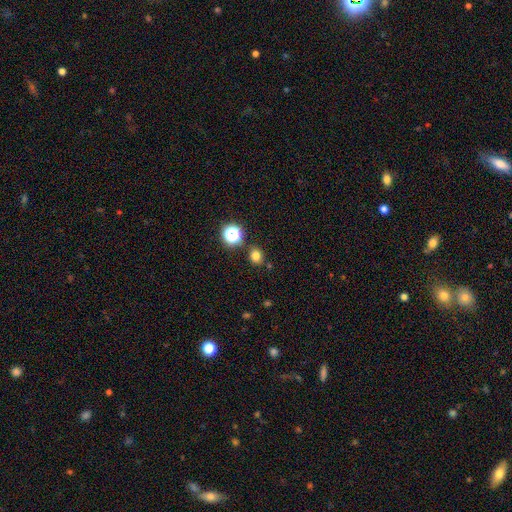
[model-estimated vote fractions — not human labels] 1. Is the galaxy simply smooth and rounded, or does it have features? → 76% smooth, 18% star or artifact, 6% featured or disk.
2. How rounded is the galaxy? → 71% round, 28% in between, 1% cigar-shaped.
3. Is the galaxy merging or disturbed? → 81% none, 10% minor disturbance, 6% merger, 3% major disturbance.